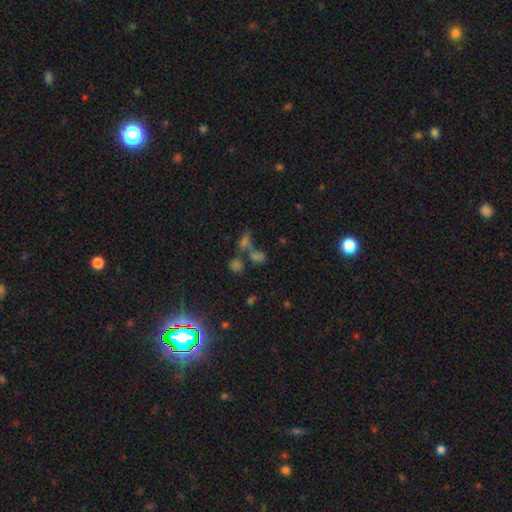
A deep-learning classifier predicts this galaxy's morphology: Smooth or featured? Predicted: star or artifact (p=0.46).